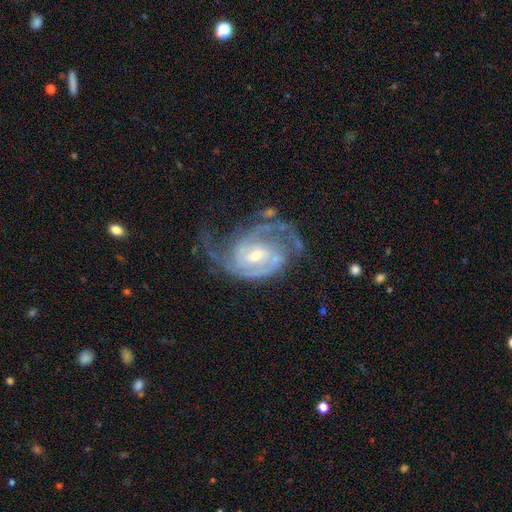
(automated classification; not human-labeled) smooth-or-featured: featured or disk: 89% | smooth: 6% | star or artifact: 5%
  disk-edge-on: no: 97% | yes: 3%
    bar: weak: 47% | no: 41% | strong: 12%
    has-spiral-arms: yes: 96% | no: 4%
      spiral-winding: tight: 45% | medium: 43% | loose: 12%
      spiral-arm-count: 2: 51% | can't tell: 18% | 3: 17% | 1: 6% | 4: 5% | more than 4: 4%
    bulge-size: small: 52% | moderate: 43% | large: 2% | none: 2% | dominant: 1%
  merging: none: 49% | major disturbance: 25% | minor disturbance: 23% | merger: 3%